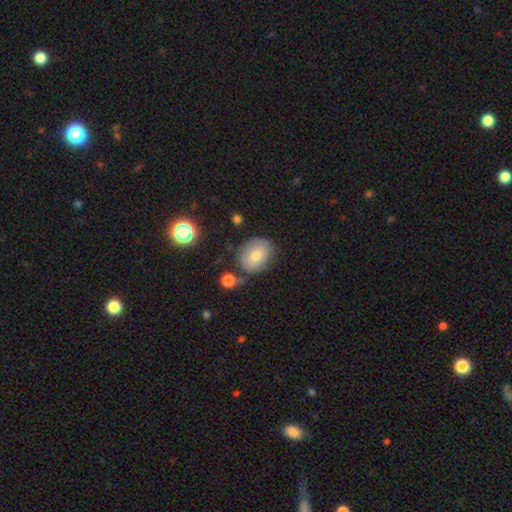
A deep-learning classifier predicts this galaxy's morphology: The model was most divided on "how rounded": in between: 59%, round: 40%, cigar-shaped: 1%. More confident: merging — none (73%); smooth or featured — smooth (72%).